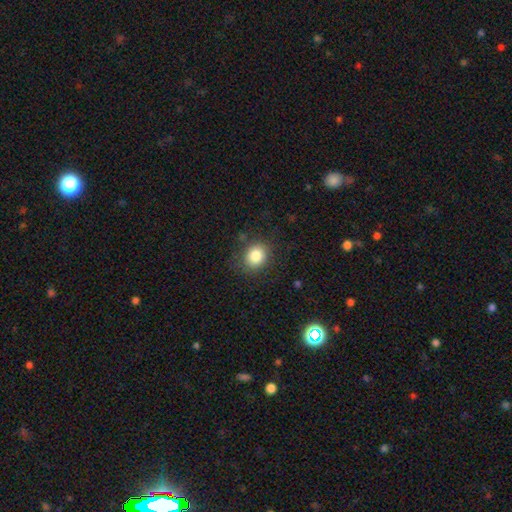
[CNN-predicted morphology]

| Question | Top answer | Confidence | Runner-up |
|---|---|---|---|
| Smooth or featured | smooth | 83% | star or artifact (10%) |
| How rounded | round | 64% | in between (36%) |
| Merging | none | 83% | minor disturbance (12%) |